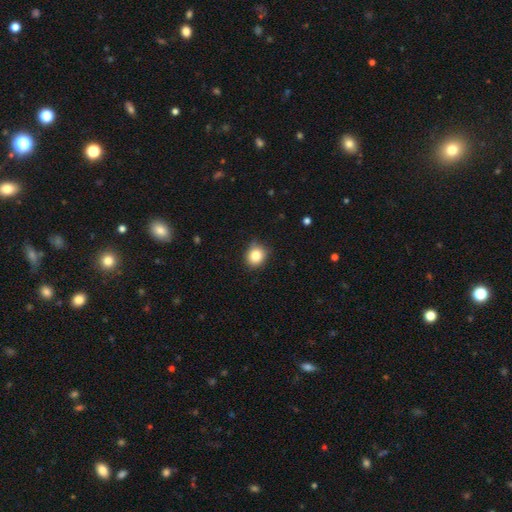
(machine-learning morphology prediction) Smooth or featured: smooth — 84% (star or artifact — 10%)
How rounded: round — 77% (in between — 23%)
Merging: none — 79% (minor disturbance — 17%)